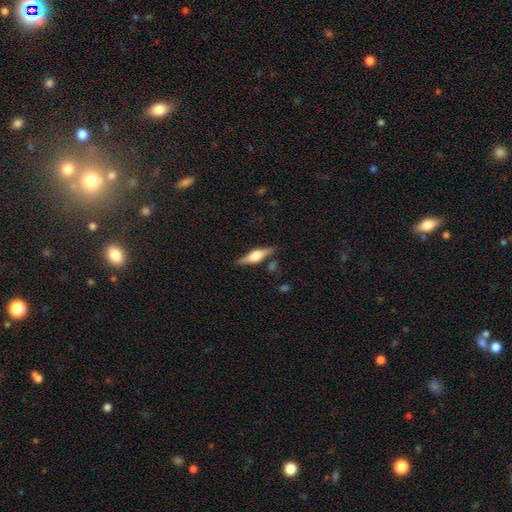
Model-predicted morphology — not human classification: smooth-or-featured: featured or disk: 65% | smooth: 29% | star or artifact: 6%
  disk-edge-on: yes: 96% | no: 4%
    edge-on-bulge: rounded: 89% | boxy: 9% | none: 2%
  merging: none: 82% | minor disturbance: 11% | merger: 4% | major disturbance: 3%